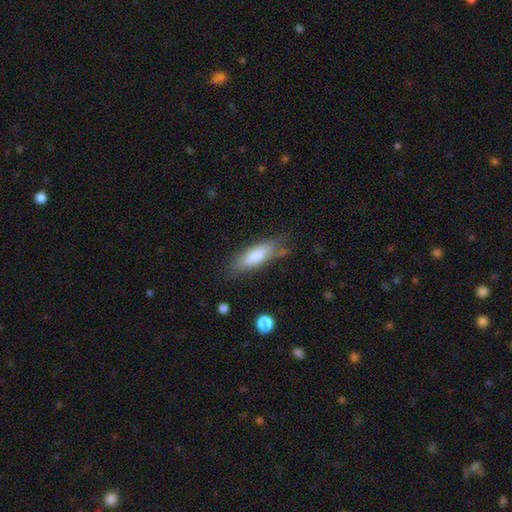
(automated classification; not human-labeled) smooth 80%, featured or disk 14%, star or artifact 7%. Down the decision tree: how rounded — in between (52%); merging — none (73%).